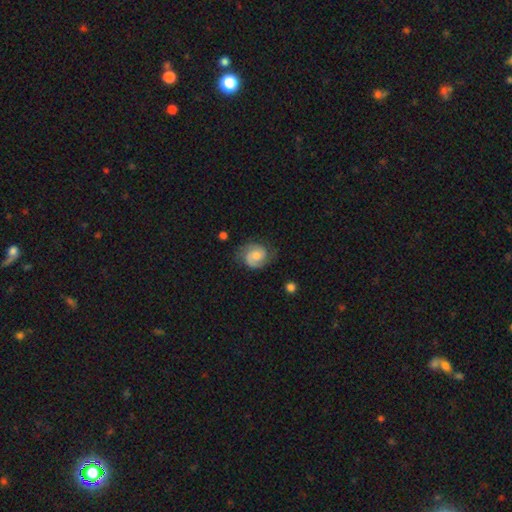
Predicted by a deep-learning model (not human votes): A featured or disk galaxy (66%) with no bar (67%), 2 (79%) tight (43%) spiral arms (91%) and a moderate central bulge (60%).

Vote fractions:
- Smooth or featured? featured or disk: 66% / smooth: 27% / star or artifact: 7%
- Edge-on disk? no: 98% / yes: 2%
- Bar? no: 67% / weak: 28% / strong: 5%
- Spiral arms? yes: 91% / no: 9%
- Spiral winding? tight: 43% / medium: 41% / loose: 16%
- Spiral arm count? 2: 79% / can't tell: 10% / 1: 7% / 3: 2% / 4: 1% / more than 4: 1%
- Bulge size? moderate: 60% / small: 31% / large: 5% / none: 3% / dominant: 1%
- Merging? none: 69% / minor disturbance: 21% / major disturbance: 8% / merger: 1%